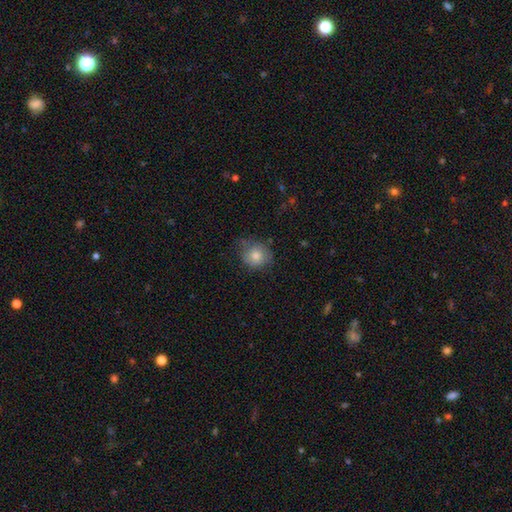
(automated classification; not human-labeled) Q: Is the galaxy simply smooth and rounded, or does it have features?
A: smooth — 76%.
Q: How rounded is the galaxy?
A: round — 83%.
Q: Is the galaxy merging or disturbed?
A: none — 68%.